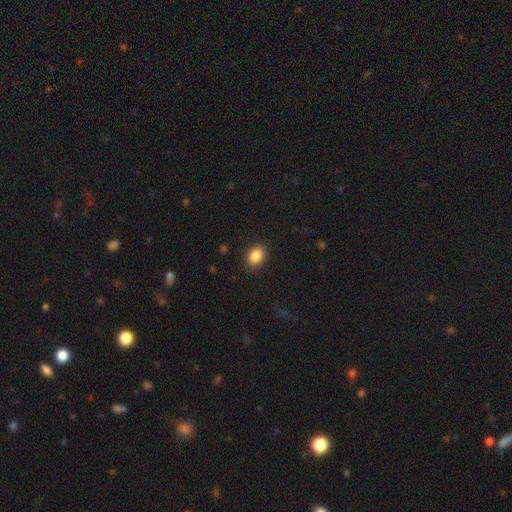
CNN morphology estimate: Q: Smooth or featured?
A: smooth (87%); runner-up: star or artifact (8%)
Q: How rounded?
A: in between (81%); runner-up: round (18%)
Q: Merging?
A: none (89%); runner-up: minor disturbance (8%)